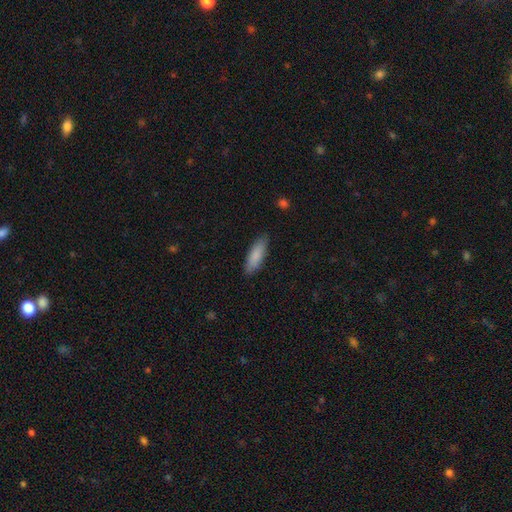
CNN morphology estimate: A smooth galaxy with no disk features (86%) that is in between round and cigar-shaped (50%).

Vote fractions:
- Smooth or featured? smooth: 86% / featured or disk: 9% / star or artifact: 6%
- How rounded? in between: 50% / cigar-shaped: 48% / round: 2%
- Merging? none: 86% / minor disturbance: 10% / major disturbance: 2% / merger: 1%